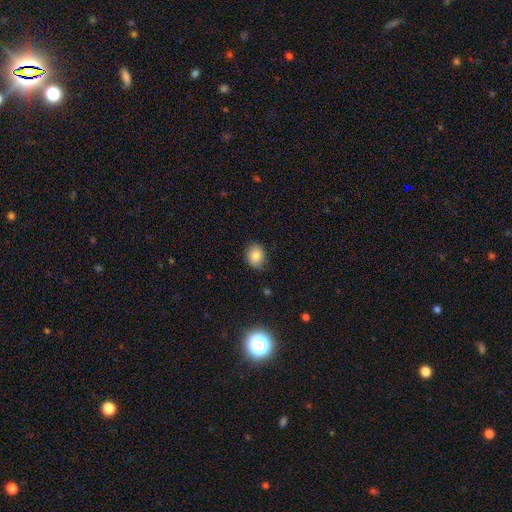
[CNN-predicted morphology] smooth 82%, star or artifact 10%, featured or disk 9%. Down the decision tree: how rounded — in between (51%); merging — none (79%).